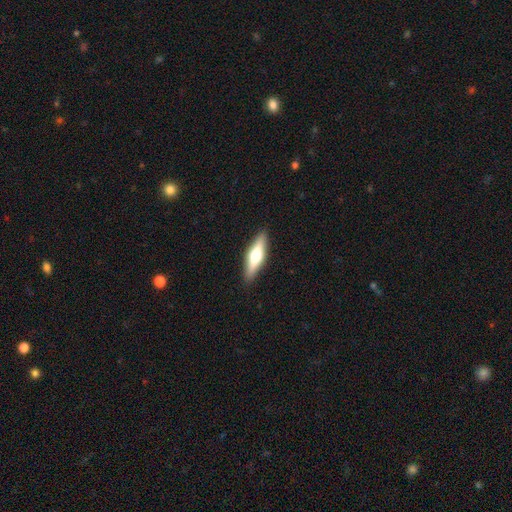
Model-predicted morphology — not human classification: A smooth galaxy with no disk features (47%, tied with featured or disk).

Vote fractions:
- Smooth or featured? smooth: 47% (tied) / featured or disk: 47% (tied) / star or artifact: 6%
- Merging? none: 90% / minor disturbance: 7% / major disturbance: 2% / merger: 1%